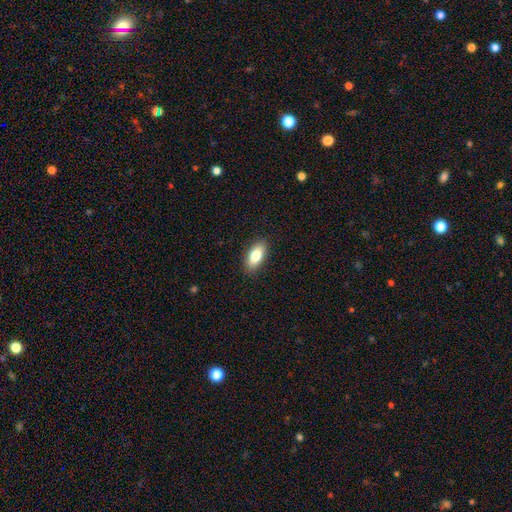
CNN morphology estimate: Smooth or featured?
  - smooth: 80% *
  - featured or disk: 13%
  - star or artifact: 7%
How rounded?
  - in between: 87% *
  - cigar-shaped: 10%
  - round: 3%
Merging?
  - none: 89% *
  - minor disturbance: 8%
  - major disturbance: 2%
  - merger: 1%